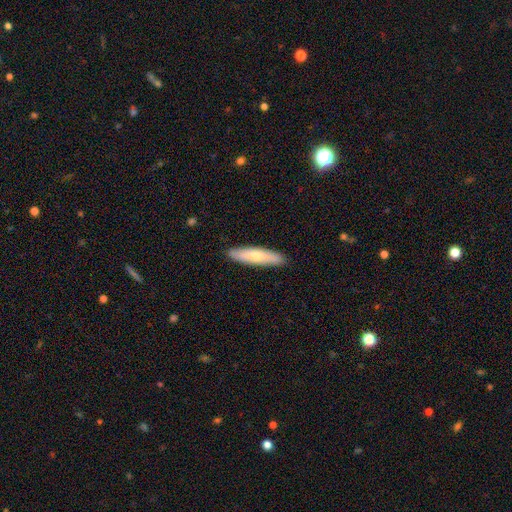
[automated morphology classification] smooth 65%, featured or disk 29%, star or artifact 5%. Down the decision tree: how rounded — cigar-shaped (78%); merging — none (89%).